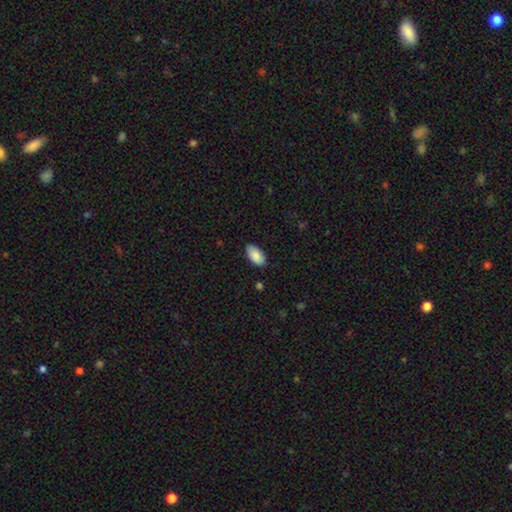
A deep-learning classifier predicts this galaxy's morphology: Smooth or featured?
  - smooth: 89% *
  - star or artifact: 6%
  - featured or disk: 5%
How rounded?
  - in between: 96% *
  - round: 2%
  - cigar-shaped: 2%
Merging?
  - none: 86% *
  - minor disturbance: 11%
  - major disturbance: 2%
  - merger: 1%